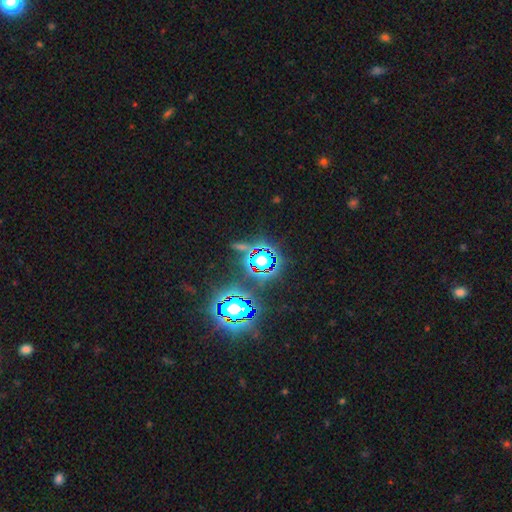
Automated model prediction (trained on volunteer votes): This is clearly a star or artifact rather than a galaxy (81%).